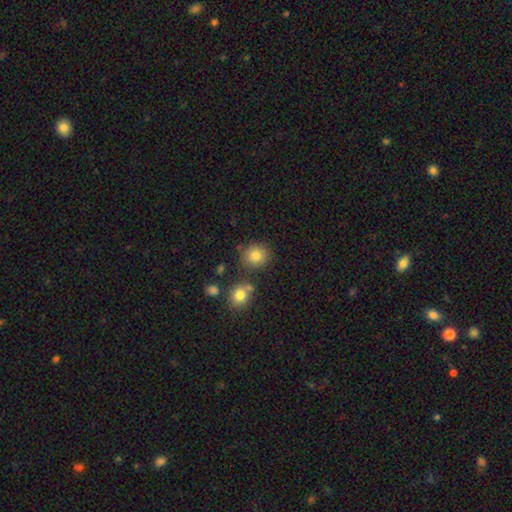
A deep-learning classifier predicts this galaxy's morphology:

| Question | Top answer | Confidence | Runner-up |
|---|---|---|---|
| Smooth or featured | smooth | 80% | star or artifact (12%) |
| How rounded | round | 83% | in between (16%) |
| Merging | none | 79% | minor disturbance (10%) |